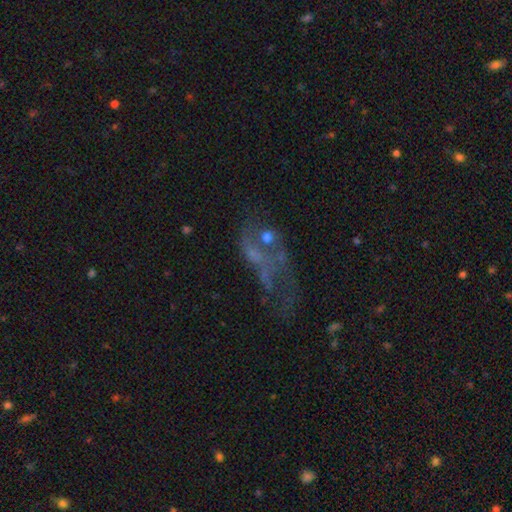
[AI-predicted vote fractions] Smooth or featured: featured or disk — 52% (smooth — 27%)
Edge-on disk: no — 94% (yes — 6%)
Merging: major disturbance — 42% (none — 26%)